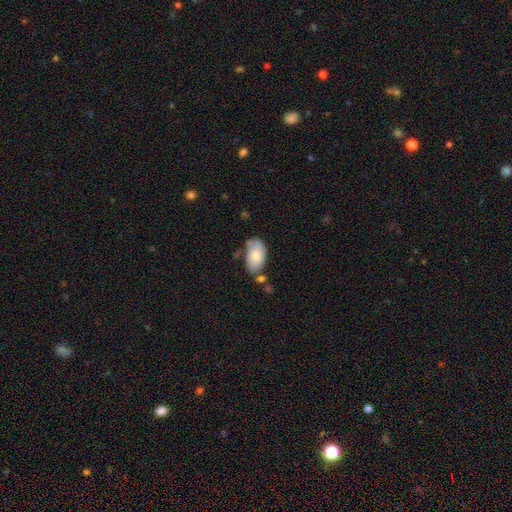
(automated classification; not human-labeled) This appears to be a smooth galaxy with no disk features (75%) that is in between round and cigar-shaped (94%). Merging: none (58%).